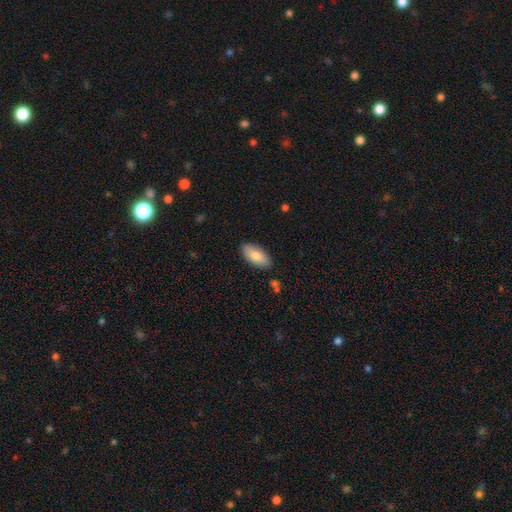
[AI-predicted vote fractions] smooth_or_featured: smooth (p=0.80) [alt: featured or disk p=0.14]
how_rounded: in between (p=0.90) [alt: cigar-shaped p=0.08]
merging: none (p=0.87) [alt: minor disturbance p=0.10]